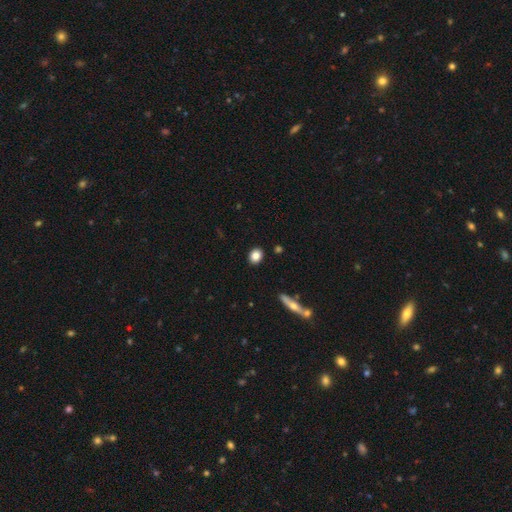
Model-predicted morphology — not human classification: This is clearly a smooth galaxy (85%). How rounded: possibly in between (50%). Merging: clearly none (90%).